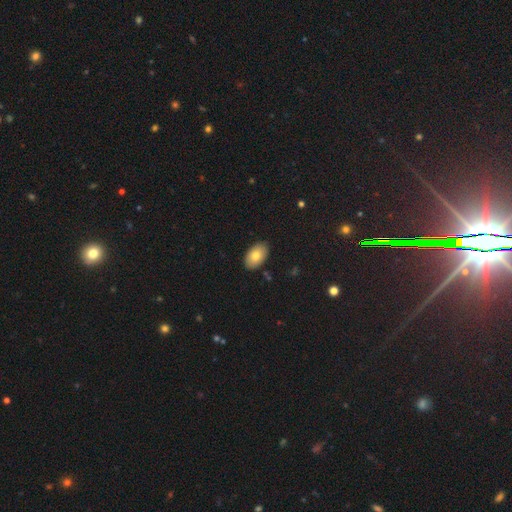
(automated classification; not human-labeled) The model was most divided on "smooth or featured": smooth: 76%, featured or disk: 16%, star or artifact: 7%. More confident: how rounded — in between (92%); merging — none (88%).